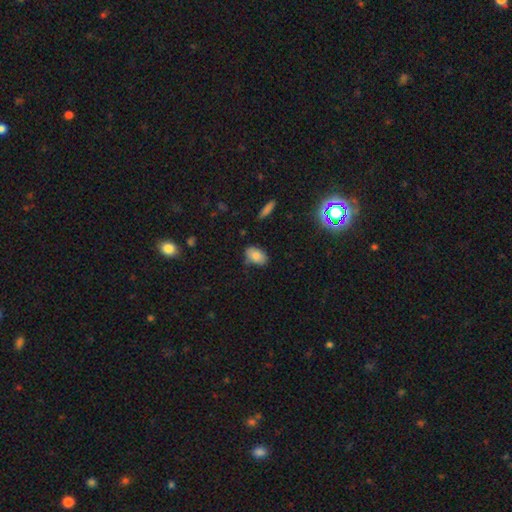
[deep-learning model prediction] A smooth galaxy with no disk features (82%) that is in between round and cigar-shaped (90%).

Vote fractions:
- Smooth or featured? smooth: 82% / featured or disk: 10% / star or artifact: 9%
- How rounded? in between: 90% / round: 8% / cigar-shaped: 2%
- Merging? none: 73% / minor disturbance: 21% / major disturbance: 4% / merger: 3%